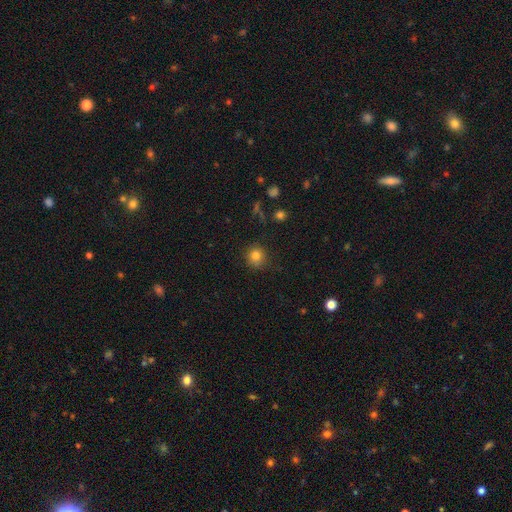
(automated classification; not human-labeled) The model was most divided on "smooth or featured": smooth: 81%, star or artifact: 12%, featured or disk: 6%. More confident: how rounded — round (91%); merging — none (86%).